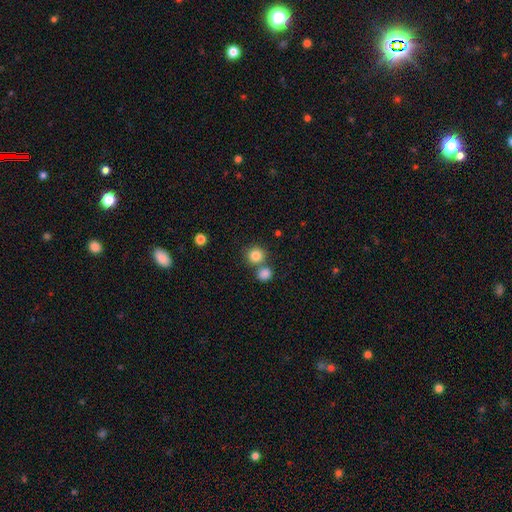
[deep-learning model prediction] Q: Smooth or featured?
A: smooth (83%); runner-up: star or artifact (11%)
Q: How rounded?
A: round (90%); runner-up: in between (9%)
Q: Merging?
A: none (65%); runner-up: merger (24%)